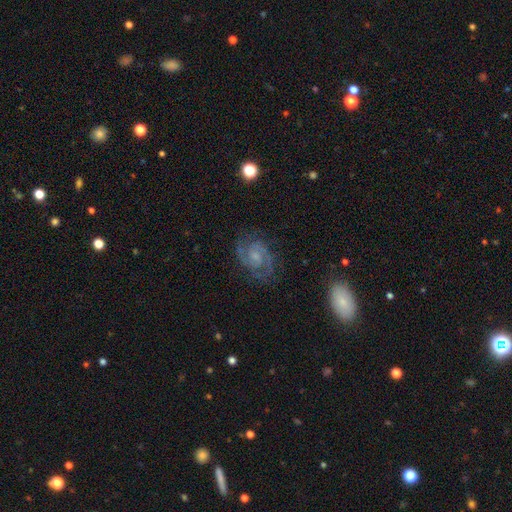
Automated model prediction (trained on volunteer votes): Smooth or featured? Predicted: featured or disk (p=0.87). Edge-on disk? Predicted: no (p=0.98). Bar? Predicted: no (p=0.50). Spiral arms? Predicted: yes (p=0.97). Spiral winding? Predicted: medium (p=0.52). Spiral arm count? Predicted: 2 (p=0.87). Bulge size? Predicted: small (p=0.55). Merging? Predicted: none (p=0.78).